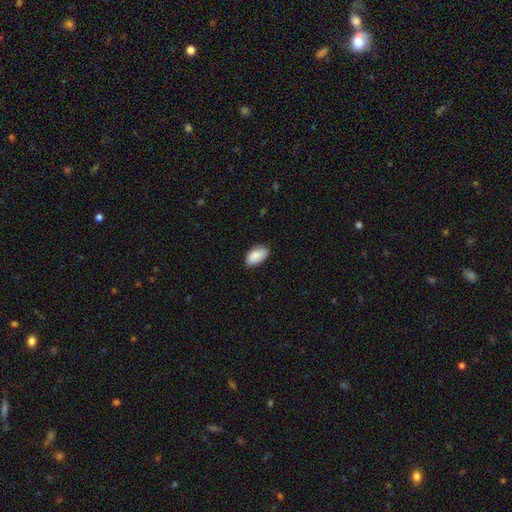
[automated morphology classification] Smooth or featured? smooth (88%)
How rounded? in between (95%)
Merging? none (77%)